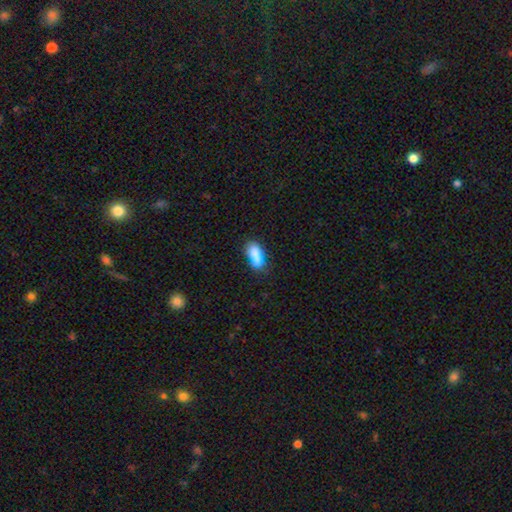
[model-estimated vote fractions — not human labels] smooth 82%, featured or disk 9%, star or artifact 9%. Down the decision tree: how rounded — in between (72%); merging — none (54%).